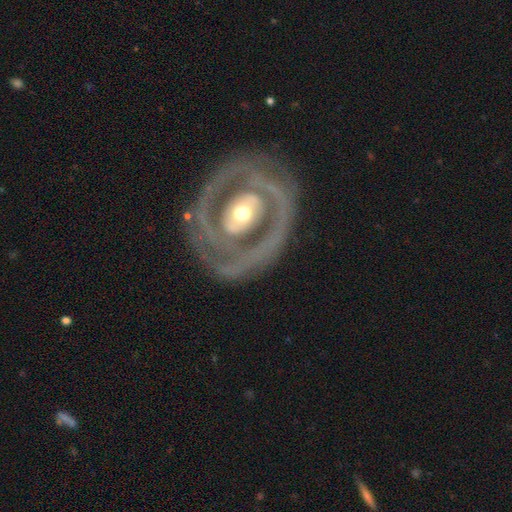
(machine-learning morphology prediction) Smooth or featured?
  - featured or disk: 85% *
  - smooth: 10%
  - star or artifact: 5%
Edge-on disk?
  - no: 96% *
  - yes: 4%
Bar?
  - no: 60% *
  - weak: 22%
  - strong: 18%
Spiral arms?
  - yes: 71% *
  - no: 29%
Spiral winding?
  - tight: 66% *
  - medium: 25%
  - loose: 9%
Spiral arm count?
  - 2: 55% *
  - can't tell: 20%
  - 1: 9%
  - 3: 8%
  - 4: 4%
  - more than 4: 3%
Bulge size?
  - moderate: 63% *
  - small: 24%
  - large: 11%
  - dominant: 2%
  - none: 1%
Merging?
  - none: 76% *
  - minor disturbance: 14%
  - major disturbance: 8%
  - merger: 2%